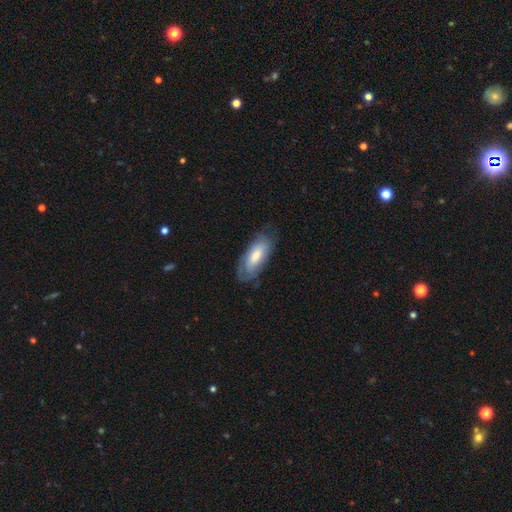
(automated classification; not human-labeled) Overall: smooth (58%; featured or disk 36%). How rounded: in between (83%). Merging: none (69%).